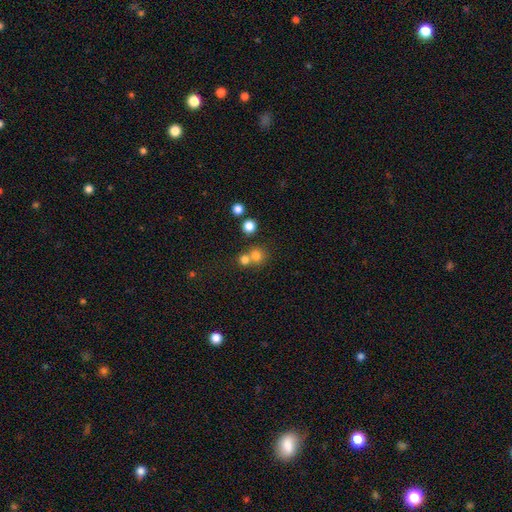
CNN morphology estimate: type=smooth (75%); roundness=round (88%); merging=none (50%).